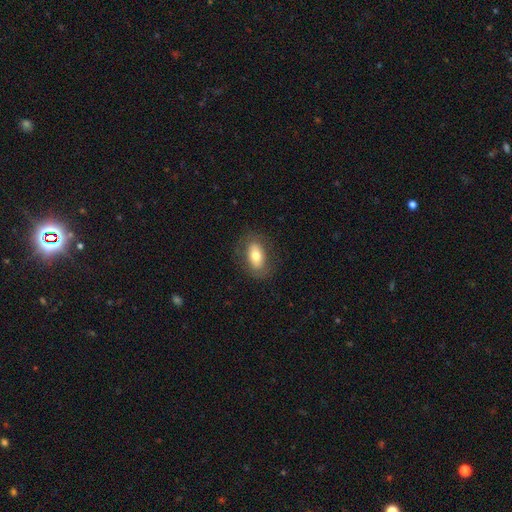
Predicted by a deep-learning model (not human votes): smooth-or-featured: smooth: 68% | featured or disk: 25% | star or artifact: 7%
  how-rounded: in between: 89% | round: 8% | cigar-shaped: 3%
  merging: none: 81% | minor disturbance: 13% | major disturbance: 6% | merger: 1%